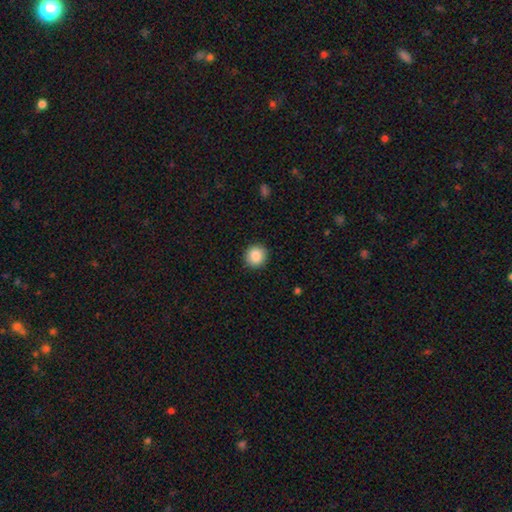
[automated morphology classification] The model was most divided on "smooth or featured": smooth: 88%, star or artifact: 8%, featured or disk: 4%. More confident: merging — none (91%); how rounded — round (91%).